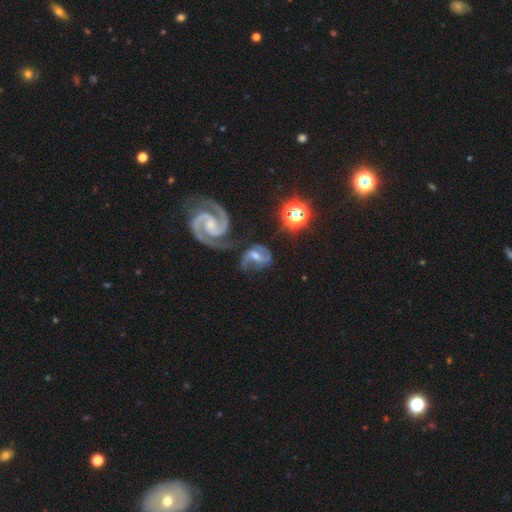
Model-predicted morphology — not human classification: Overall: featured or disk (81%). Edge-on disk: no (97%). Bar: weak (48%; no 30%). Spiral arms: yes (95%). Spiral arm count: 2 (85%). Spiral winding: medium (52%; loose 25%). Bulge size: moderate (48%; small 39%). Merging: none (37%; merger 28%).